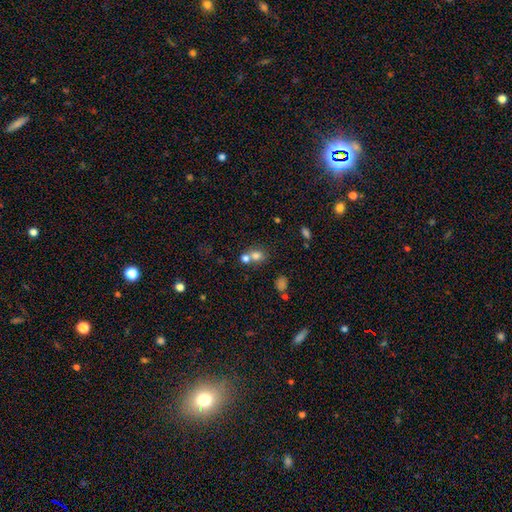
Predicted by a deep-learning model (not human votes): Smooth or featured? smooth (74%)
How rounded? round (61%)
Merging? merger (53%)